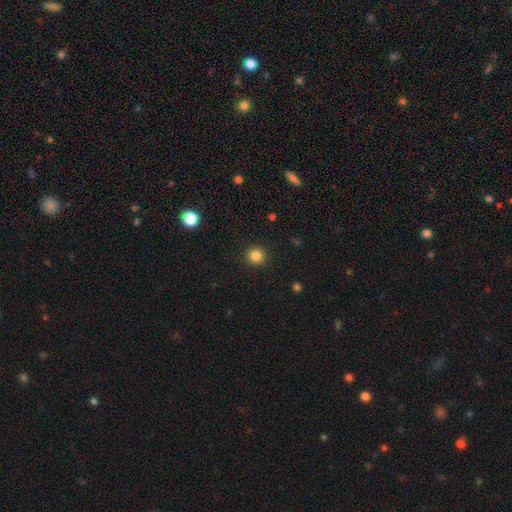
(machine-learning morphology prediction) This is clearly a smooth galaxy (84%). How rounded: clearly round (93%). Merging: clearly none (92%).